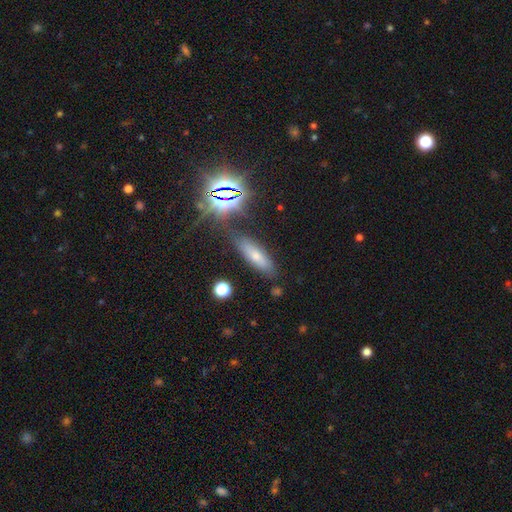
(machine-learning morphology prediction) Overall: smooth (56%; featured or disk 22%). How rounded: cigar-shaped (49%; in between 46%). Merging: none (80%).